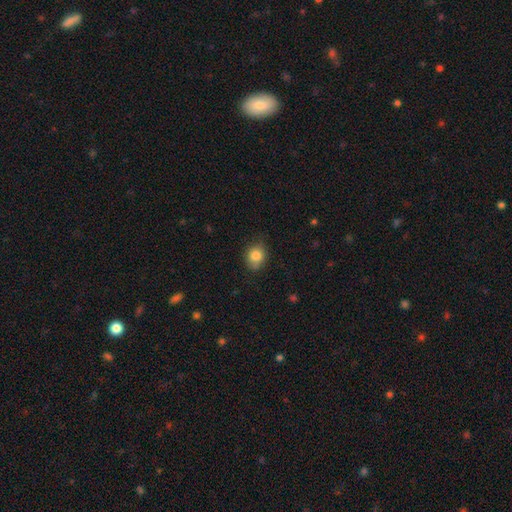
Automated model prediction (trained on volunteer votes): A smooth galaxy with no disk features (84%) that is round (65%). Merging: none (73%).